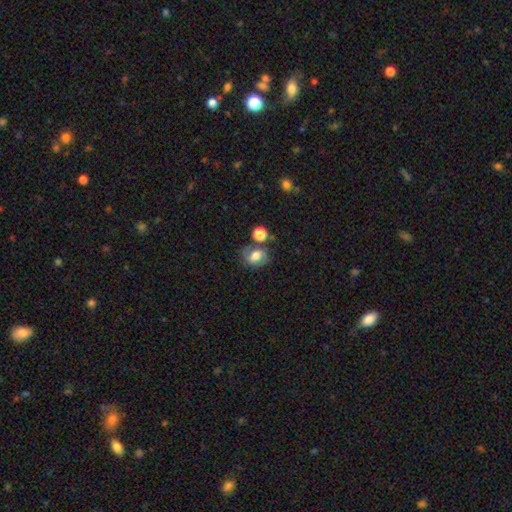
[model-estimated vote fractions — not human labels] Q: Smooth or featured?
A: smooth (50%); runner-up: featured or disk (39%)
Q: Merging?
A: none (61%); runner-up: minor disturbance (18%)